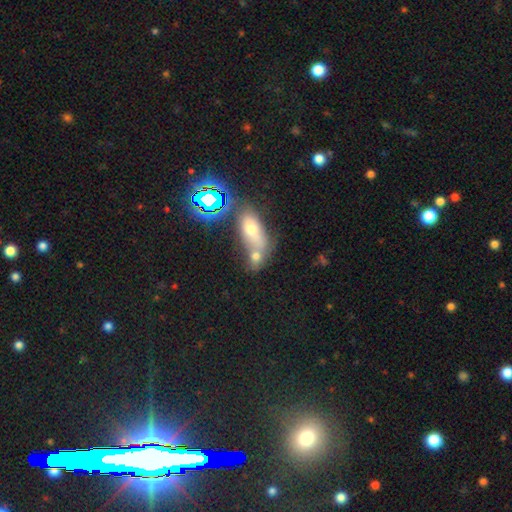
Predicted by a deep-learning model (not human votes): This appears to be a smooth galaxy with no disk features (60%) that is in between round and cigar-shaped (68%). Merging: merger (54%).